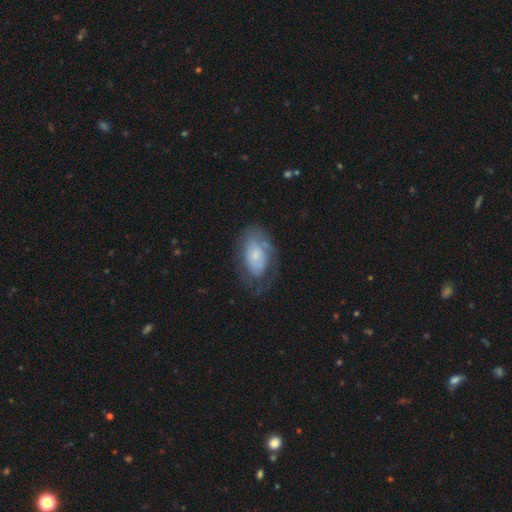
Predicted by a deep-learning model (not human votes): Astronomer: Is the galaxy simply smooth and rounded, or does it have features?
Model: smooth — 47% (runner-up: featured or disk, 46%).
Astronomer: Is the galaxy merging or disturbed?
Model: none — 53%.